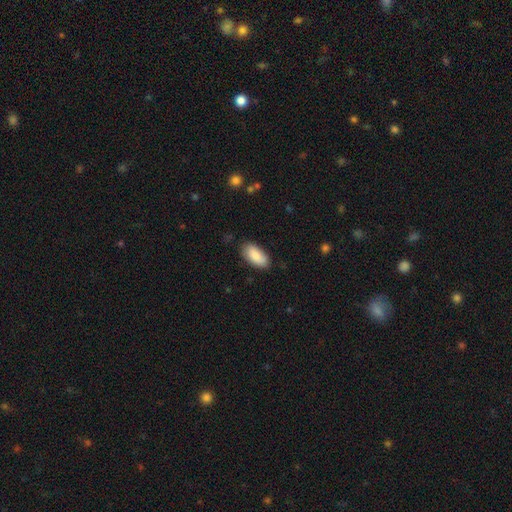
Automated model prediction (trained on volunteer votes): smooth_or_featured: smooth (p=0.87) [alt: featured or disk p=0.08]
how_rounded: in between (p=0.92) [alt: cigar-shaped p=0.06]
merging: none (p=0.81) [alt: minor disturbance p=0.15]